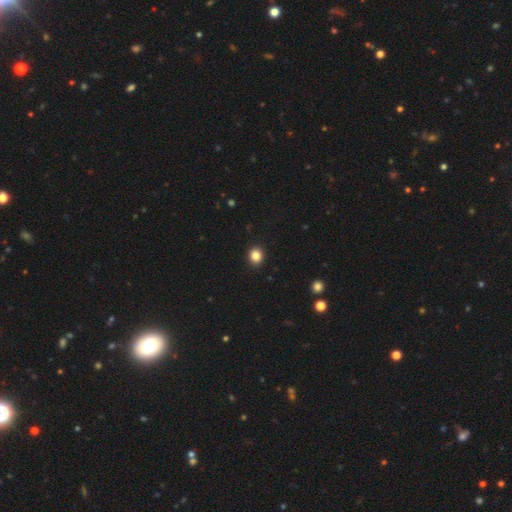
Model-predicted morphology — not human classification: Smooth or featured? Predicted: smooth (p=0.85). How rounded? Predicted: round (p=0.79). Merging? Predicted: none (p=0.93).